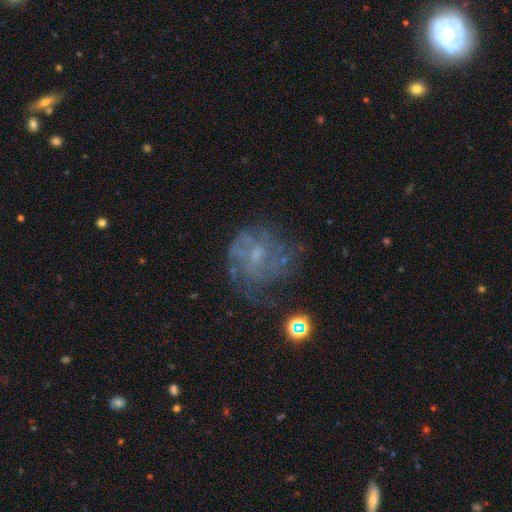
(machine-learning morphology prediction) A featured or disk galaxy (63%) with no bar (67%), spiral arms (58%) and a small central bulge (54%). Merging: none (52%).